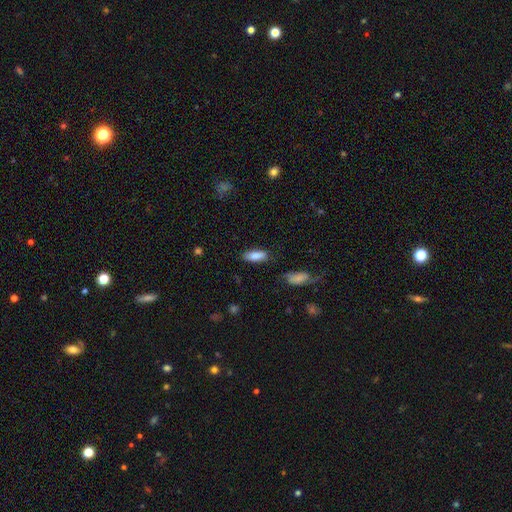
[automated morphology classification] The model was most divided on "how rounded": in between: 71%, cigar-shaped: 27%, round: 2%. More confident: smooth or featured — smooth (83%); merging — none (78%).